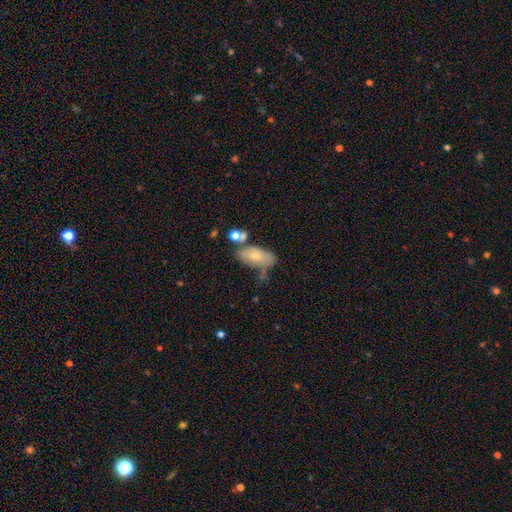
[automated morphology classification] A smooth galaxy with no disk features (67%) that is in between round and cigar-shaped (88%). Merging: none (54%).